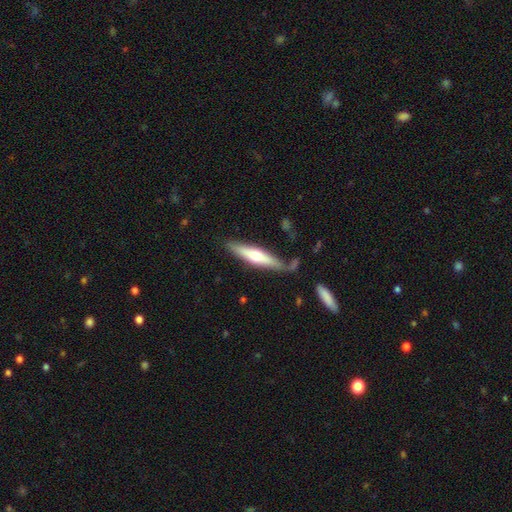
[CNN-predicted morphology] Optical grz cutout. It shows a smooth galaxy with no disk features (48%). Merging: none (75%).